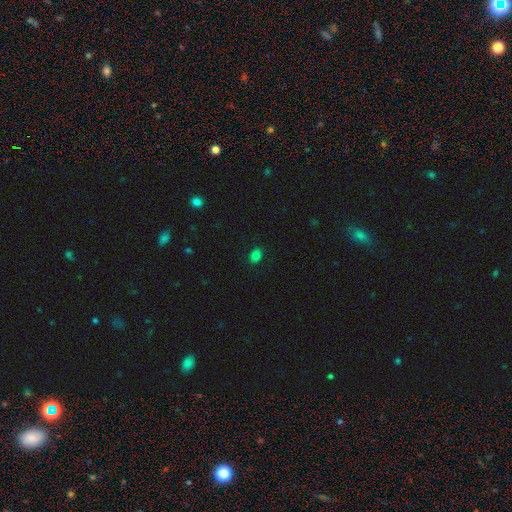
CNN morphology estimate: This appears to be a smooth galaxy with no disk features (81%) that is in between round and cigar-shaped (64%). Merging: none (87%).